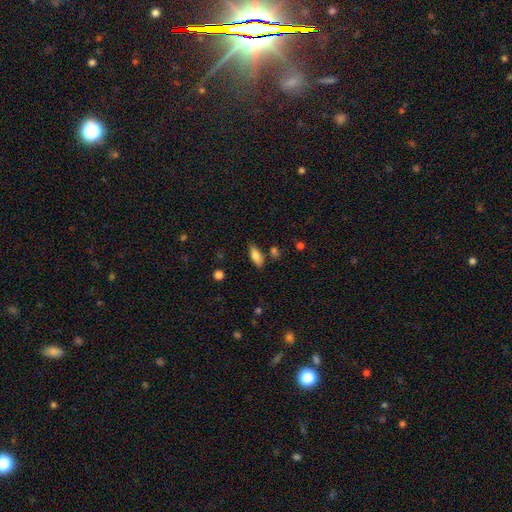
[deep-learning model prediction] smooth 80%, featured or disk 13%, star or artifact 7%. Down the decision tree: how rounded — in between (78%); merging — none (76%).